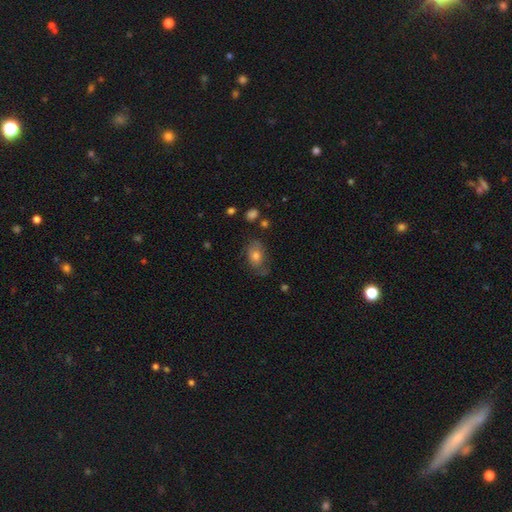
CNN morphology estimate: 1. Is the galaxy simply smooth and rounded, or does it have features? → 63% smooth, 26% featured or disk, 11% star or artifact.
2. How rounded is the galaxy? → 76% in between, 22% round, 2% cigar-shaped.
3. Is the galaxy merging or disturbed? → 60% none, 24% minor disturbance, 13% major disturbance, 3% merger.